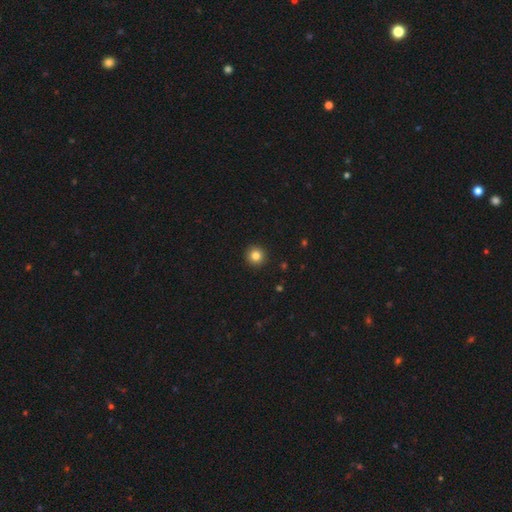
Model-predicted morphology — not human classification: Smooth or featured: smooth — 84% (star or artifact — 11%)
How rounded: round — 95% (in between — 4%)
Merging: none — 93% (minor disturbance — 4%)